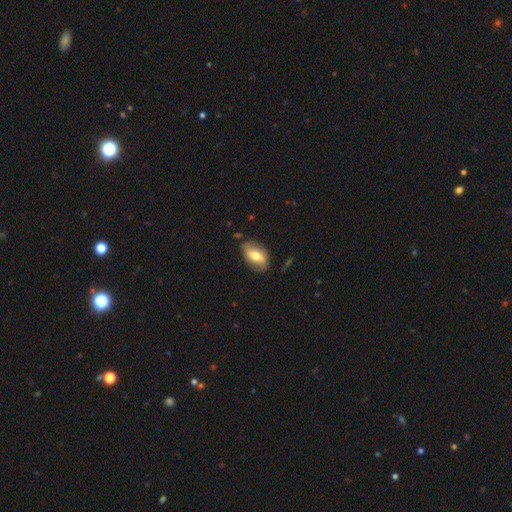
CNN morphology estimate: A smooth galaxy with no disk features (49%). Merging: none (75%).